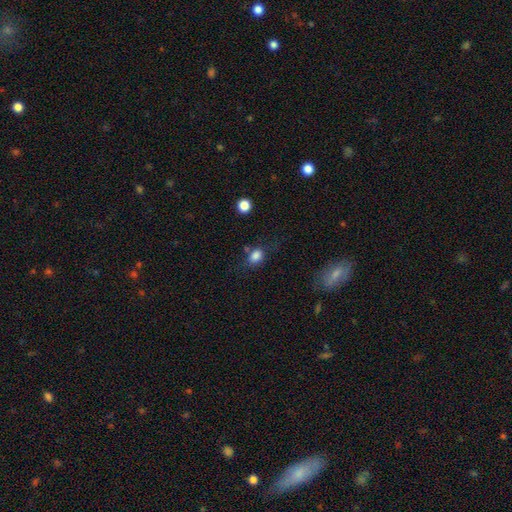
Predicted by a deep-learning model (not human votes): Smooth or featured? Predicted: smooth (p=0.82). How rounded? Predicted: in between (p=0.62). Merging? Predicted: none (p=0.60).